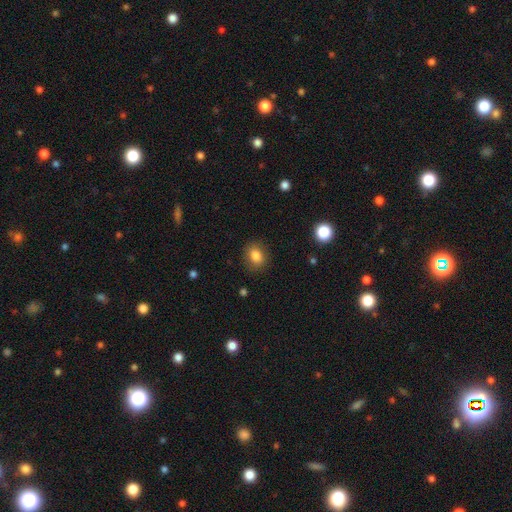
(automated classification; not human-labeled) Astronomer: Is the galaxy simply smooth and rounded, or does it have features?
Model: smooth — 84%.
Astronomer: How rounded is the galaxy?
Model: round — 50% (runner-up: in between, 49%).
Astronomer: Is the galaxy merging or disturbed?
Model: none — 86%.